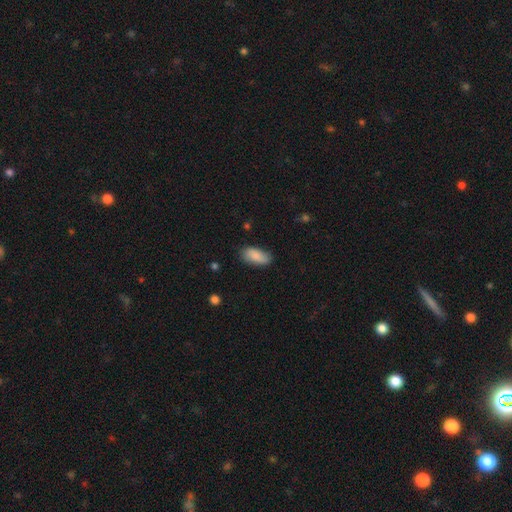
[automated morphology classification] A smooth galaxy with no disk features (86%) that is in between round and cigar-shaped (89%). Merging: none (77%).